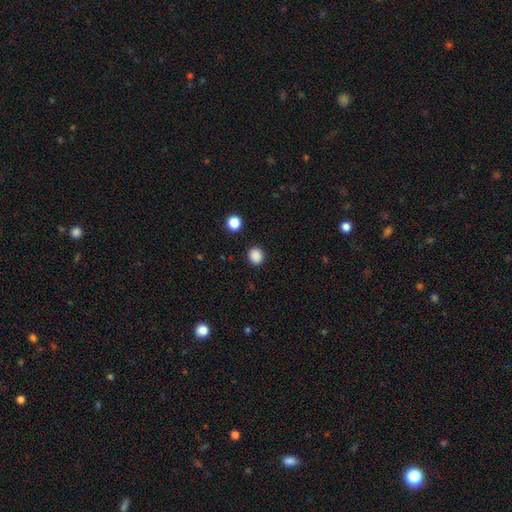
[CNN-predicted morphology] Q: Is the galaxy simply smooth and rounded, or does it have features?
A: smooth — 87%.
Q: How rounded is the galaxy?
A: round — 81%.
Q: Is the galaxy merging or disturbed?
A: none — 90%.